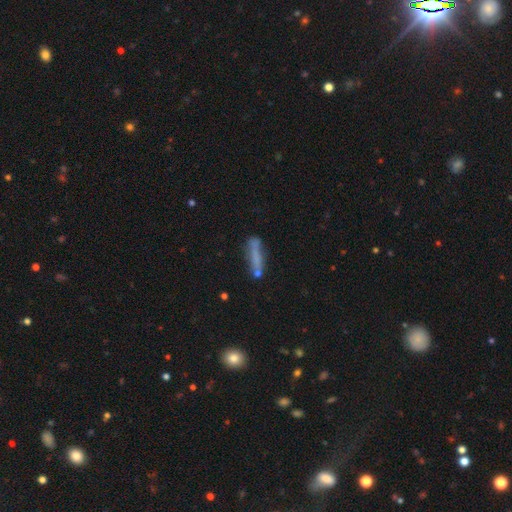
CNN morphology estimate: smooth-or-featured: smooth: 63% | featured or disk: 27% | star or artifact: 10%
  how-rounded: cigar-shaped: 83% | in between: 15% | round: 2%
  merging: none: 58% | minor disturbance: 22% | merger: 12% | major disturbance: 8%